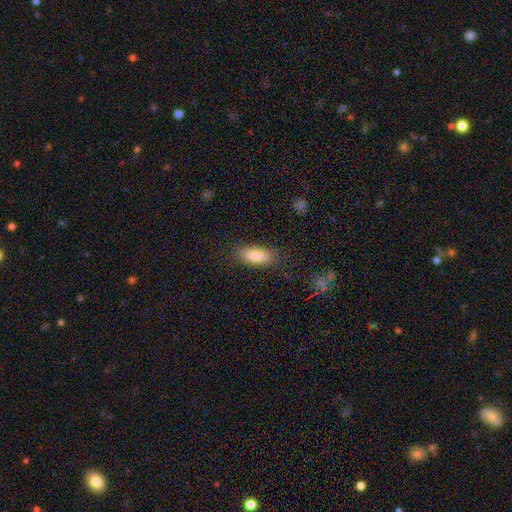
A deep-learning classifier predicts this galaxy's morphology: Smooth or featured? Predicted: smooth (p=0.86). How rounded? Predicted: in between (p=0.85). Merging? Predicted: none (p=0.83).